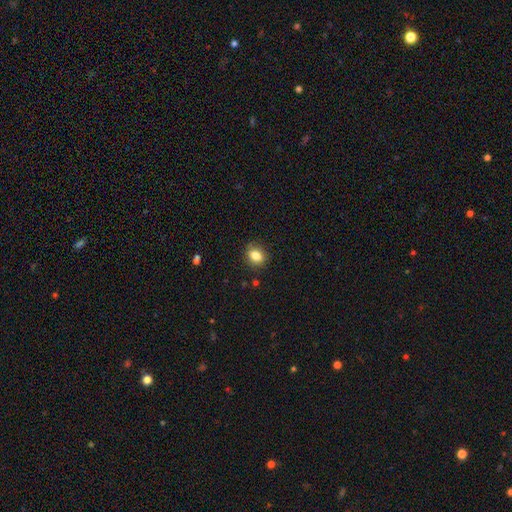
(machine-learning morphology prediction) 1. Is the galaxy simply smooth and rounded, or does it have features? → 83% smooth, 10% star or artifact, 8% featured or disk.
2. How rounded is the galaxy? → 51% in between, 48% round, 1% cigar-shaped.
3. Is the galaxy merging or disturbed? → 85% none, 11% minor disturbance, 3% major disturbance, 1% merger.